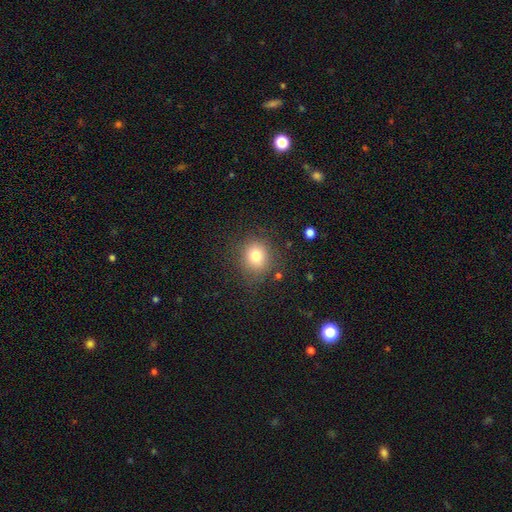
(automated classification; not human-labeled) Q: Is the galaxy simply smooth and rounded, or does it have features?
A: smooth — 78%.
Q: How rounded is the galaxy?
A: round — 81%.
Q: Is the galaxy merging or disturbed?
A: none — 82%.